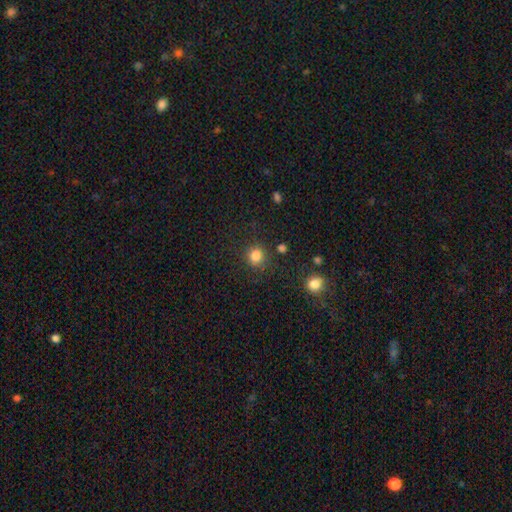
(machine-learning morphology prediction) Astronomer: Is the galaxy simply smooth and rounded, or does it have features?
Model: smooth — 83%.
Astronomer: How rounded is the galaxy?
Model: round — 88%.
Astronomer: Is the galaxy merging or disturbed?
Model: none — 82%.